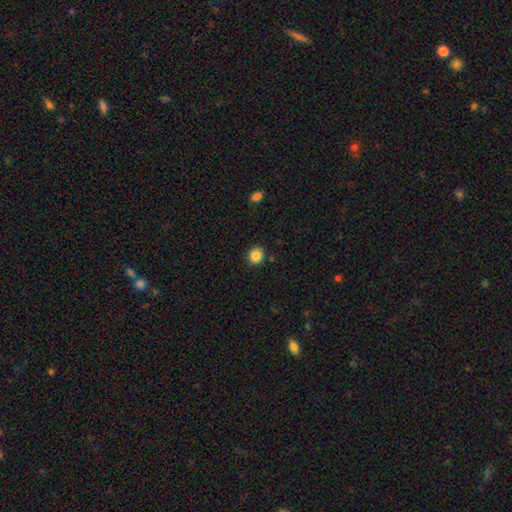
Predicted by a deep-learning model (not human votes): Smooth or featured? Predicted: smooth (p=0.85). How rounded? Predicted: round (p=0.89). Merging? Predicted: none (p=0.90).